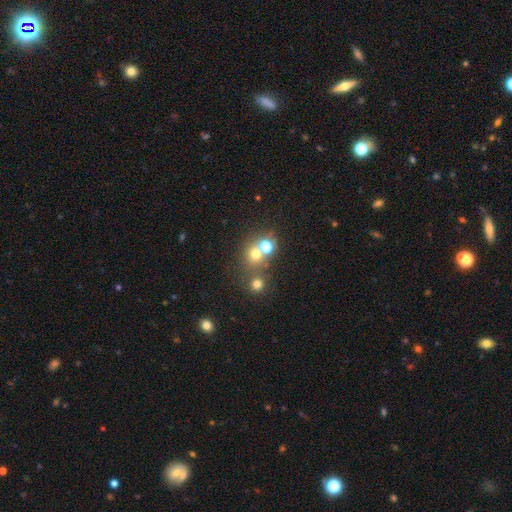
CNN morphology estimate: Smooth or featured: smooth — 57% (star or artifact — 29%)
How rounded: round — 80% (in between — 19%)
Merging: none — 51% (merger — 37%)